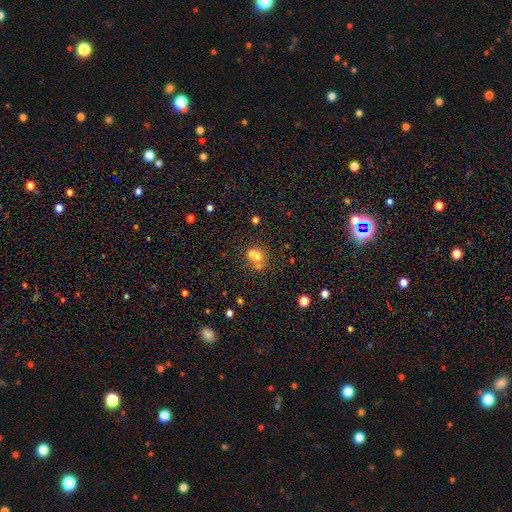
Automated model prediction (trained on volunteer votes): Morphology: type=smooth (60%); roundness=round (73%); merging=merger (54%).